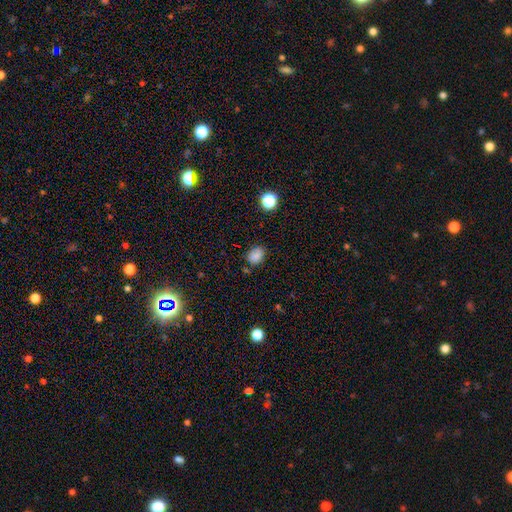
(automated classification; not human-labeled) Morphology: type=smooth (81%); roundness=in between (68%); merging=none (73%).